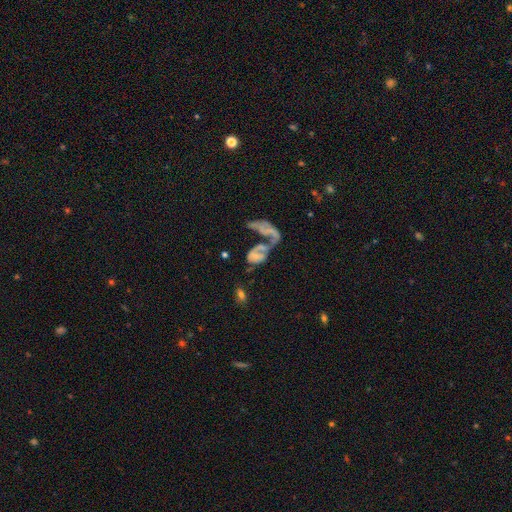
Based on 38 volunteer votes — Smooth or featured? featured or disk (66%)
Edge-on disk? no (96%)
Bar? no (62%)
Spiral arms? no (58%)
Bulge size? none (83%)
Merging? merger (67%)